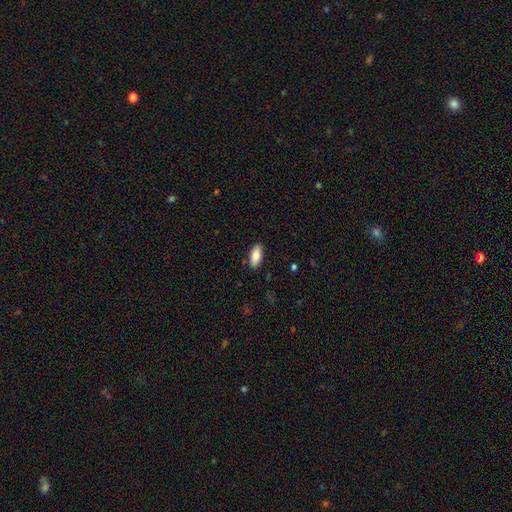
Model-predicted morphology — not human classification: A smooth galaxy with no disk features (87%) that is in between round and cigar-shaped (90%).

Vote fractions:
- Smooth or featured? smooth: 87% / featured or disk: 7% / star or artifact: 6%
- How rounded? in between: 90% / cigar-shaped: 8% / round: 2%
- Merging? none: 88% / minor disturbance: 9% / major disturbance: 2% / merger: 1%